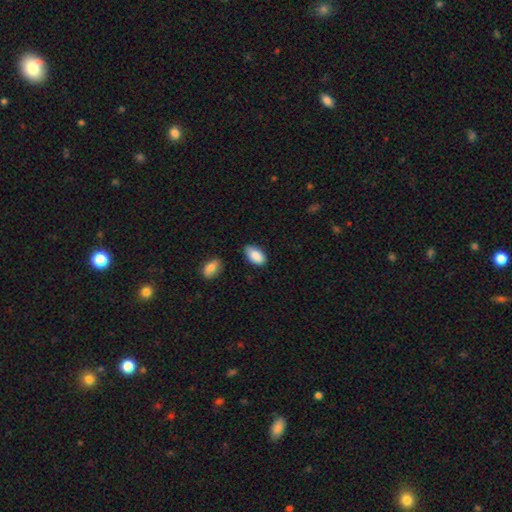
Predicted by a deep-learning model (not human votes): smooth-or-featured: smooth: 88% | star or artifact: 7% | featured or disk: 5%
  how-rounded: in between: 95% | round: 3% | cigar-shaped: 2%
  merging: none: 74% | minor disturbance: 20% | major disturbance: 3% | merger: 3%